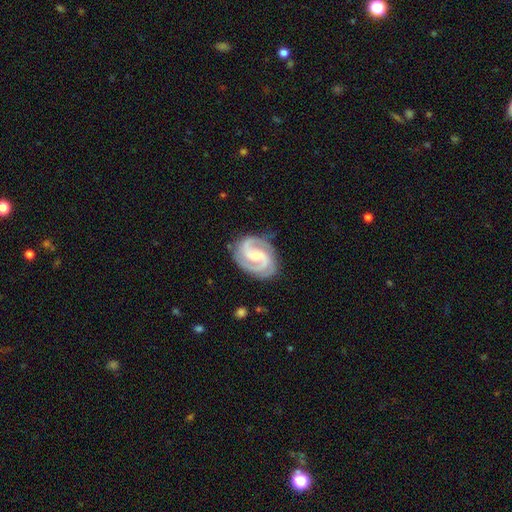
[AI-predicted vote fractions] Morphology: type=featured or disk (92%); edge-on=no (98%); bar=weak (46%); spiral arms=yes (98%); winding=medium (53%); arm count=2 (88%); bulge=small (53%); merging=none (83%).